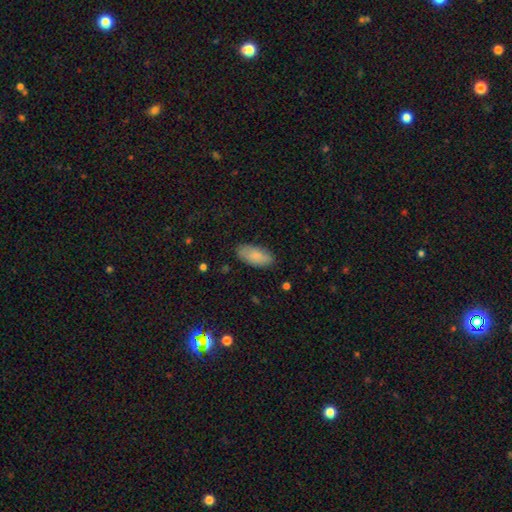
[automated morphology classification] A smooth galaxy with no disk features (84%) that is in between round and cigar-shaped (89%).

Vote fractions:
- Smooth or featured? smooth: 84% / featured or disk: 9% / star or artifact: 6%
- How rounded? in between: 89% / cigar-shaped: 9% / round: 2%
- Merging? none: 84% / minor disturbance: 12% / major disturbance: 3% / merger: 1%